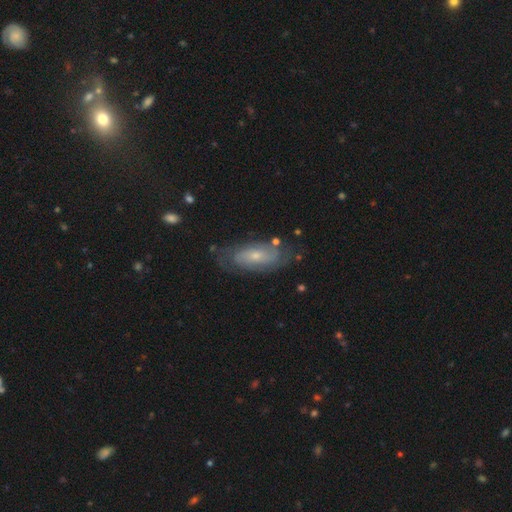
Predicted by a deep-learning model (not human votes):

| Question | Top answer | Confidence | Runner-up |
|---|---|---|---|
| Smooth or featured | featured or disk | 63% | smooth (29%) |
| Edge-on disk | no | 87% | yes (13%) |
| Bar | no | 68% | weak (27%) |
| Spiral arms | yes | 78% | no (22%) |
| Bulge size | small | 58% | moderate (37%) |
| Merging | none | 70% | minor disturbance (20%) |